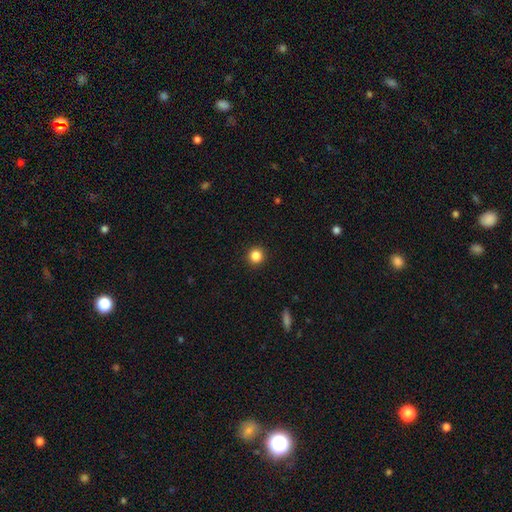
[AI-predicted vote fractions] A smooth galaxy with no disk features (85%) that is round (94%).

Vote fractions:
- Smooth or featured? smooth: 85% / star or artifact: 11% / featured or disk: 4%
- How rounded? round: 94% / in between: 5% / cigar-shaped: 1%
- Merging? none: 93% / minor disturbance: 4% / major disturbance: 2% / merger: 1%